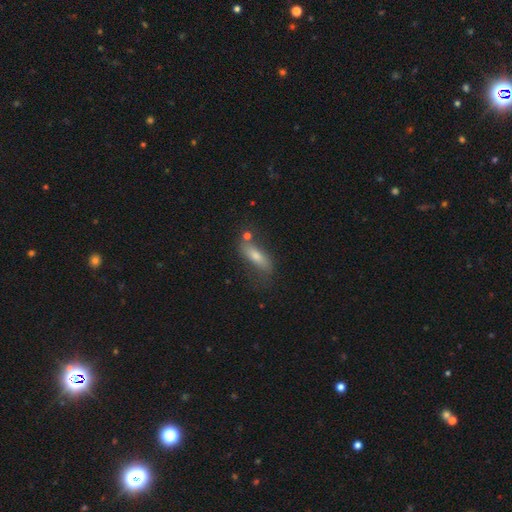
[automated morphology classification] This is possibly a smooth galaxy (58%). How rounded: possibly cigar-shaped (52%). Merging: possibly none (55%).